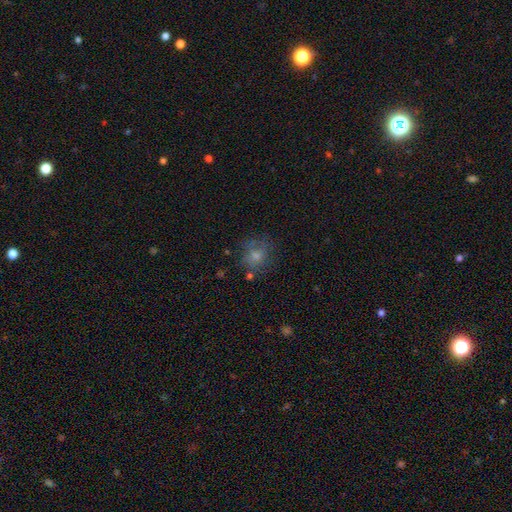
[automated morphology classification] Smooth or featured? smooth (53%)
How rounded? round (77%)
Merging? none (70%)